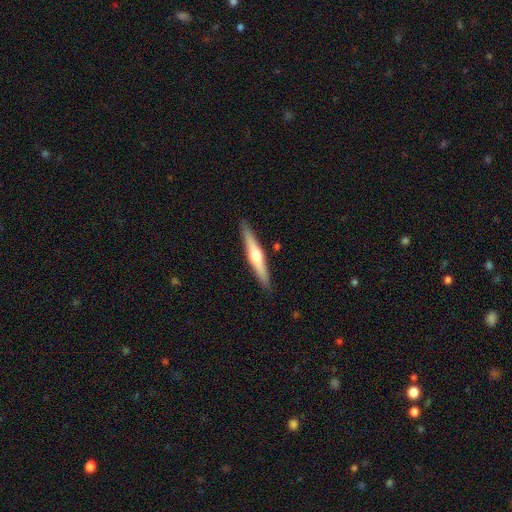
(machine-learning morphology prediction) Smooth or featured?
  - featured or disk: 62% *
  - smooth: 33%
  - star or artifact: 5%
Edge-on disk?
  - yes: 97% *
  - no: 3%
Edge-on bulge?
  - rounded: 90% *
  - none: 6%
  - boxy: 4%
Merging?
  - none: 91% *
  - minor disturbance: 7%
  - major disturbance: 1%
  - merger: 1%